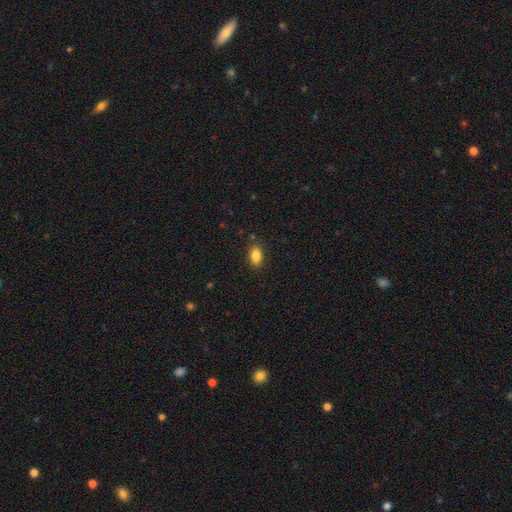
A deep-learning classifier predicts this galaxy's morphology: Smooth or featured? Predicted: smooth (p=0.85). How rounded? Predicted: in between (p=0.87). Merging? Predicted: none (p=0.86).